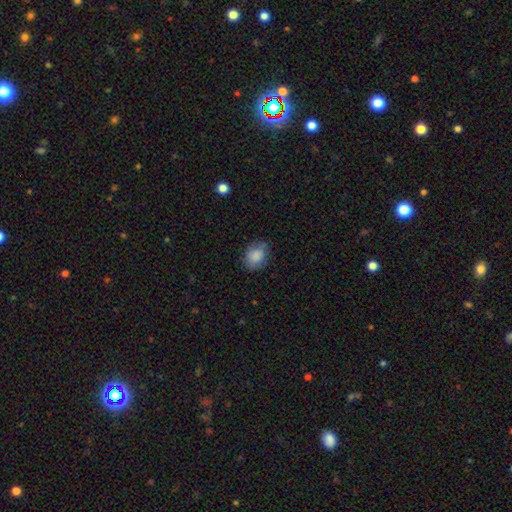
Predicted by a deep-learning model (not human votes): This is clearly a smooth galaxy (85%). How rounded: possibly in between (58%). Merging: likely none (71%).